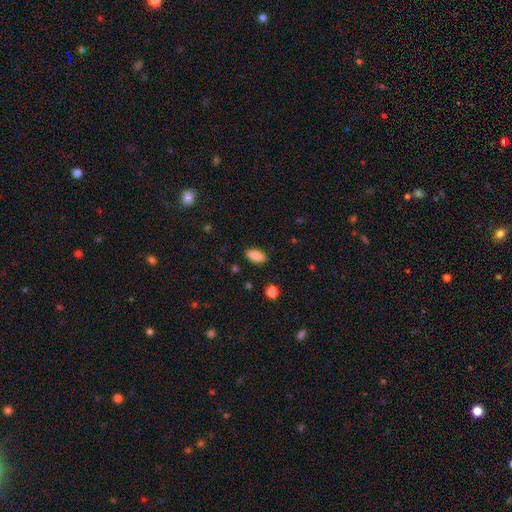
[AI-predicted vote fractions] Overall: smooth (88%). How rounded: in between (89%). Merging: none (87%).